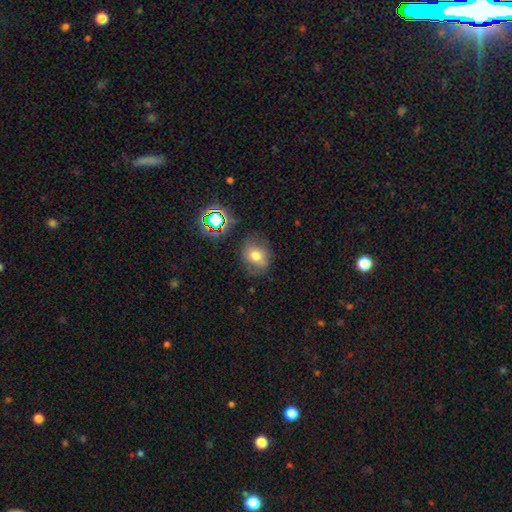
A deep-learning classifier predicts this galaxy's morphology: Overall: smooth (65%). How rounded: round (61%; in between 38%). Merging: none (70%).